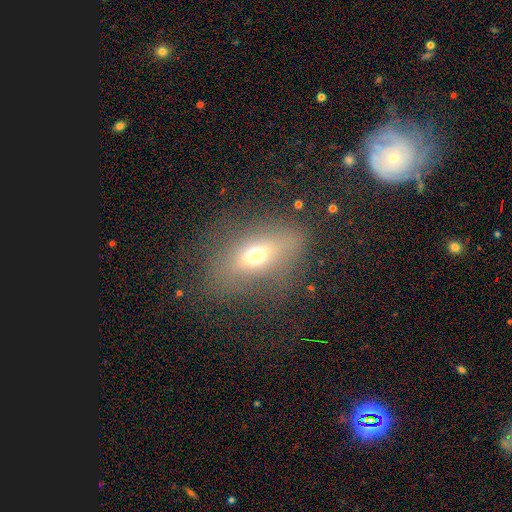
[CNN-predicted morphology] Smooth or featured? smooth (59%)
How rounded? in between (73%)
Merging? none (69%)